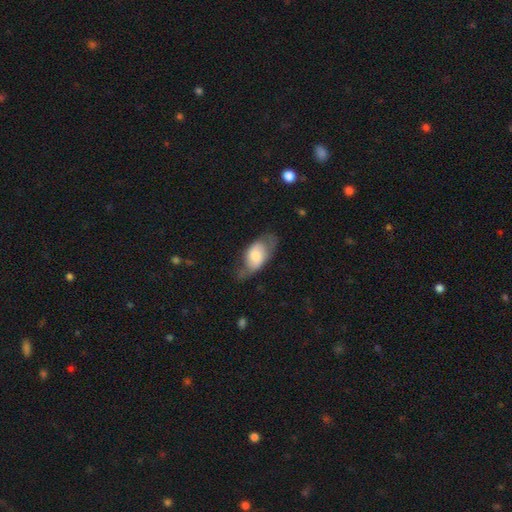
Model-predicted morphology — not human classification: Overall: smooth (62%; featured or disk 32%). How rounded: in between (90%). Merging: none (48%; minor disturbance 32%).